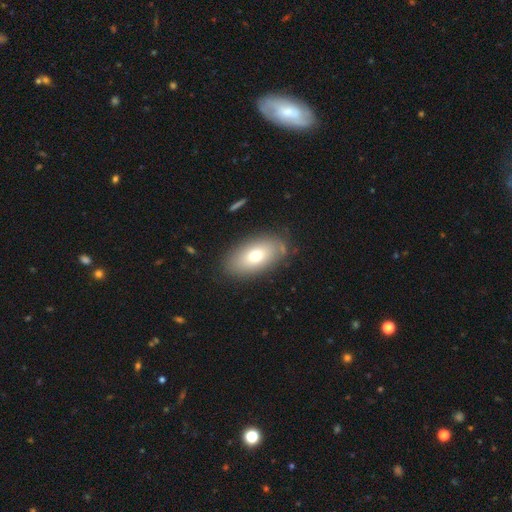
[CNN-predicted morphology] Smooth or featured?
  - smooth: 71% *
  - featured or disk: 20%
  - star or artifact: 8%
How rounded?
  - in between: 91% *
  - round: 5%
  - cigar-shaped: 4%
Merging?
  - none: 82% *
  - minor disturbance: 12%
  - major disturbance: 4%
  - merger: 2%